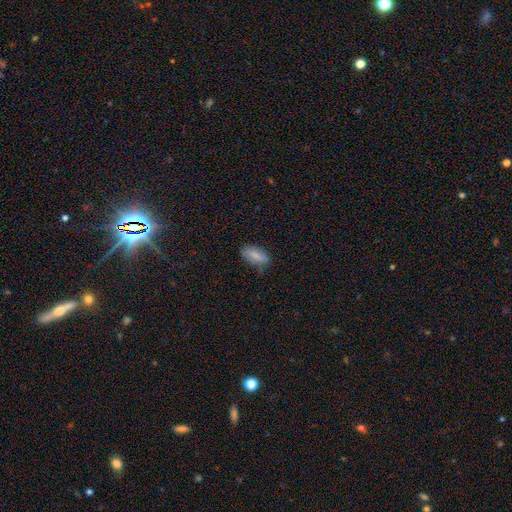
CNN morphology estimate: Overall: smooth (82%). How rounded: in between (88%). Merging: none (68%).